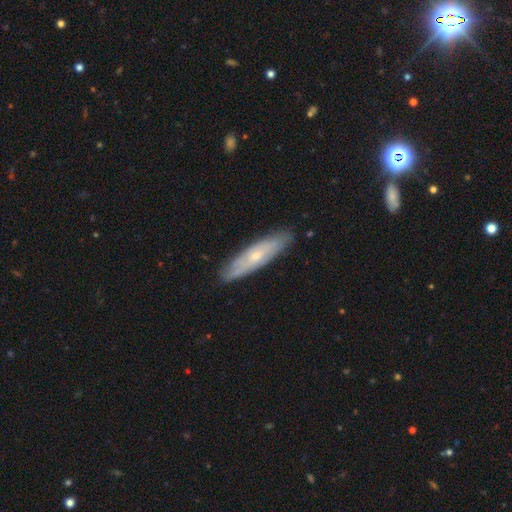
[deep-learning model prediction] smooth_or_featured: featured or disk (p=0.58) [alt: smooth p=0.36]
disk_edge_on: no (p=0.56) [alt: yes p=0.44]
merging: none (p=0.84) [alt: minor disturbance p=0.12]